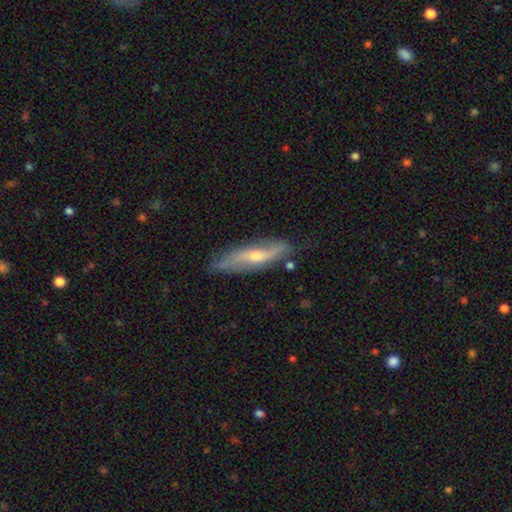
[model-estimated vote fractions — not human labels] Smooth or featured: featured or disk — 67% (smooth — 27%)
Edge-on disk: no — 55% (yes — 45%)
Merging: none — 73% (minor disturbance — 21%)